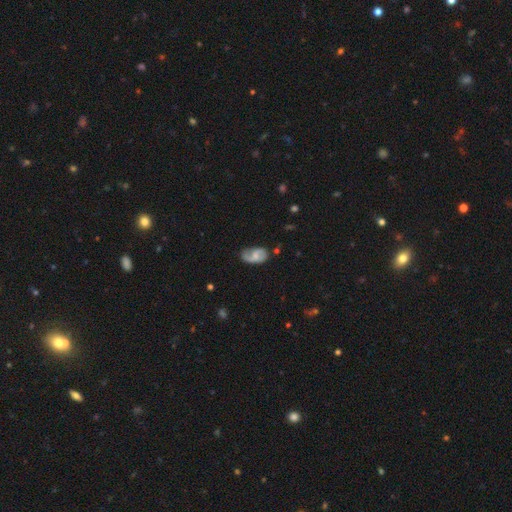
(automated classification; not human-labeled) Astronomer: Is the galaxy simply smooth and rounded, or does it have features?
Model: featured or disk — 57% (runner-up: smooth, 36%).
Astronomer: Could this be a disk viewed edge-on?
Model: no — 96%.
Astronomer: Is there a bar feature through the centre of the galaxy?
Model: no — 50% (runner-up: weak, 41%).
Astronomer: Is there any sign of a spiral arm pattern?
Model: yes — 83%.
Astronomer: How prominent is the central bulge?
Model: small — 41% (runner-up: moderate, 29%).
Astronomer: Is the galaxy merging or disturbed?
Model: none — 52% (runner-up: minor disturbance, 29%).